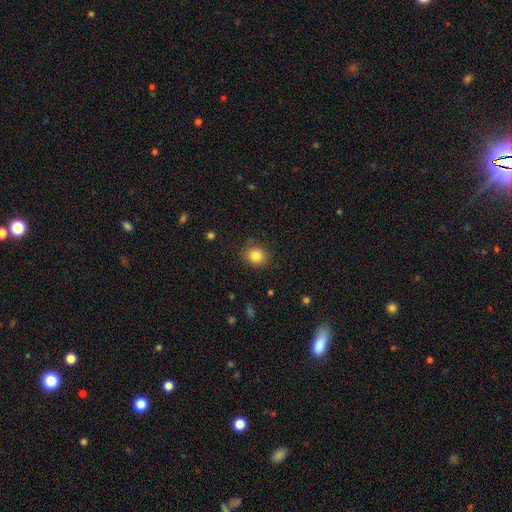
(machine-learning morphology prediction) smooth-or-featured: smooth: 84% | star or artifact: 10% | featured or disk: 6%
  how-rounded: round: 75% | in between: 24% | cigar-shaped: 1%
  merging: none: 86% | minor disturbance: 10% | major disturbance: 3% | merger: 1%